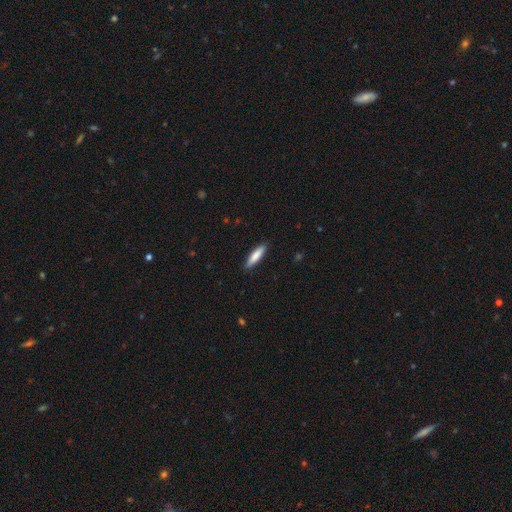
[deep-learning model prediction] This is clearly a smooth galaxy (81%). How rounded: likely cigar-shaped (76%). Merging: clearly none (89%).